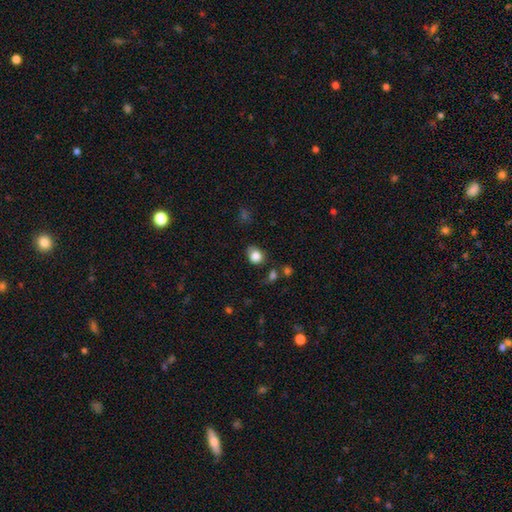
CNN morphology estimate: smooth-or-featured: smooth: 84% | star or artifact: 10% | featured or disk: 6%
  how-rounded: round: 62% | in between: 37% | cigar-shaped: 1%
  merging: none: 65% | minor disturbance: 24% | major disturbance: 7% | merger: 4%